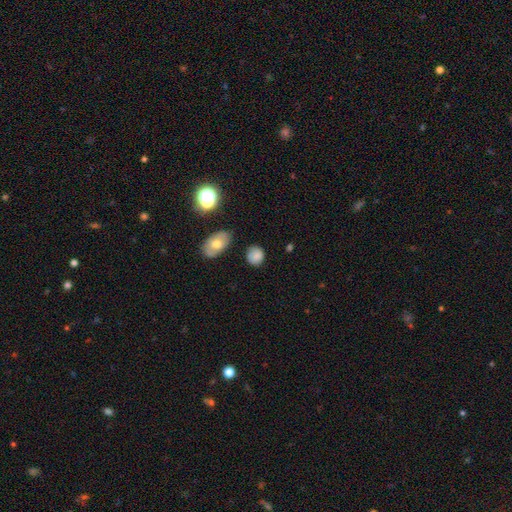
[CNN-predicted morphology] Q: Smooth or featured?
A: smooth (82%); runner-up: star or artifact (10%)
Q: How rounded?
A: round (70%); runner-up: in between (29%)
Q: Merging?
A: none (78%); runner-up: minor disturbance (15%)